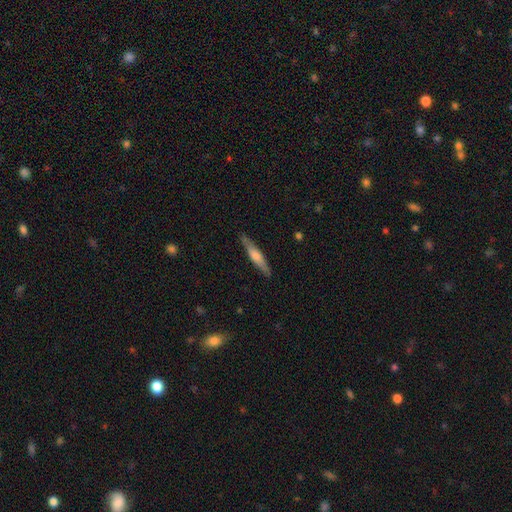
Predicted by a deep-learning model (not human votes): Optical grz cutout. It shows a featured or disk galaxy (47%, tied with smooth). Merging: none (88%).